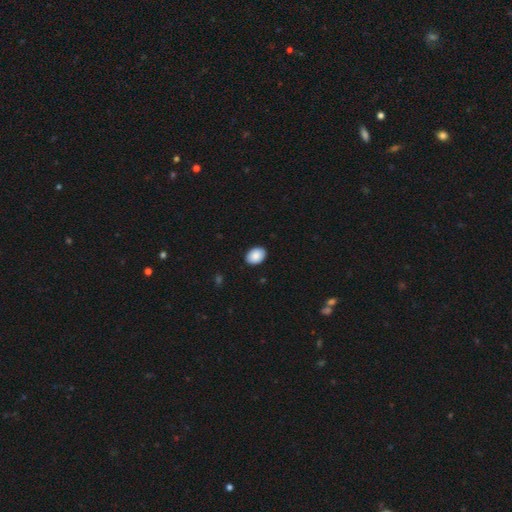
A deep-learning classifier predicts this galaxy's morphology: smooth 89%, star or artifact 7%, featured or disk 4%. Down the decision tree: how rounded — in between (77%); merging — none (89%).